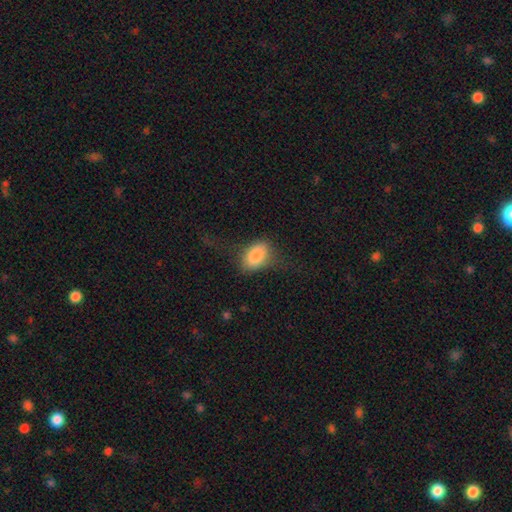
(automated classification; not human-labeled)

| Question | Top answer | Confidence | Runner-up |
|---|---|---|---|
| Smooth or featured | smooth | 84% | featured or disk (9%) |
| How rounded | in between | 89% | round (9%) |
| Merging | none | 52% | minor disturbance (23%) |